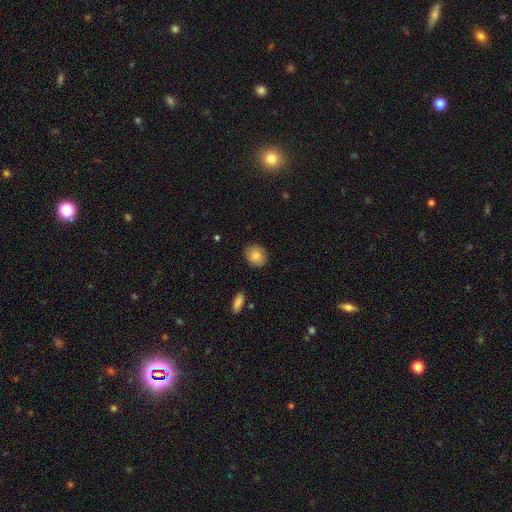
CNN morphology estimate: Smooth or featured? Predicted: smooth (p=0.86). How rounded? Predicted: round (p=0.71). Merging? Predicted: none (p=0.87).